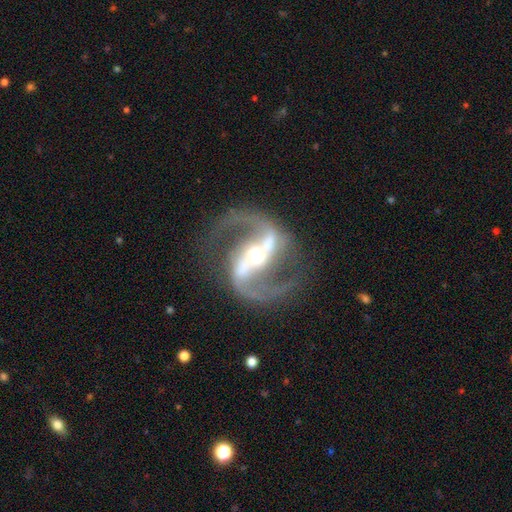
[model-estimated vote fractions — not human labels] Overall: featured or disk (92%). Edge-on disk: no (97%). Bar: strong (66%). Spiral arms: yes (98%). Spiral arm count: 2 (94%). Spiral winding: medium (61%; loose 29%). Bulge size: moderate (65%). Merging: none (78%).